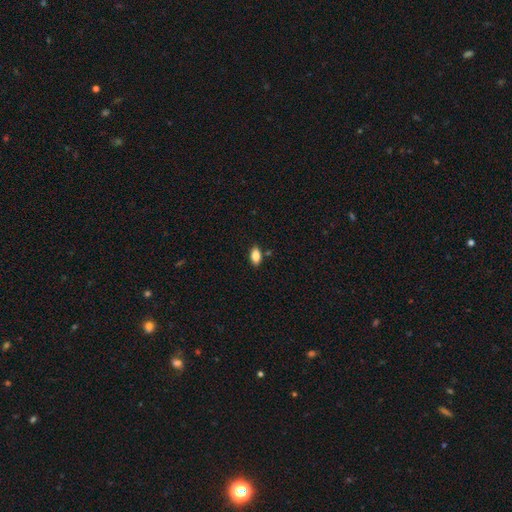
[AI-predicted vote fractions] Smooth or featured?
  - smooth: 85% *
  - star or artifact: 8%
  - featured or disk: 7%
How rounded?
  - in between: 91% *
  - round: 5%
  - cigar-shaped: 4%
Merging?
  - none: 84% *
  - minor disturbance: 11%
  - merger: 3%
  - major disturbance: 2%